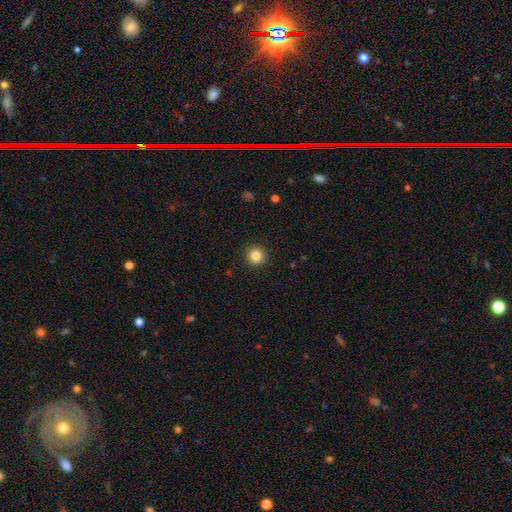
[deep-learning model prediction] Morphology: type=smooth (84%); roundness=round (95%); merging=none (92%).